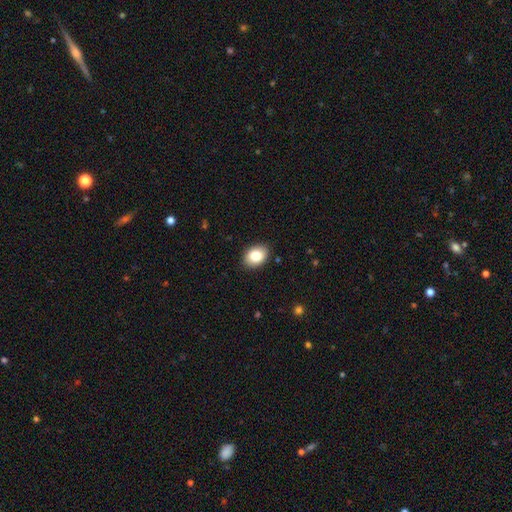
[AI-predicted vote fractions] Smooth or featured?
  - smooth: 82% *
  - featured or disk: 9%
  - star or artifact: 8%
How rounded?
  - in between: 71% *
  - round: 28%
  - cigar-shaped: 1%
Merging?
  - none: 89% *
  - minor disturbance: 8%
  - major disturbance: 2%
  - merger: 1%